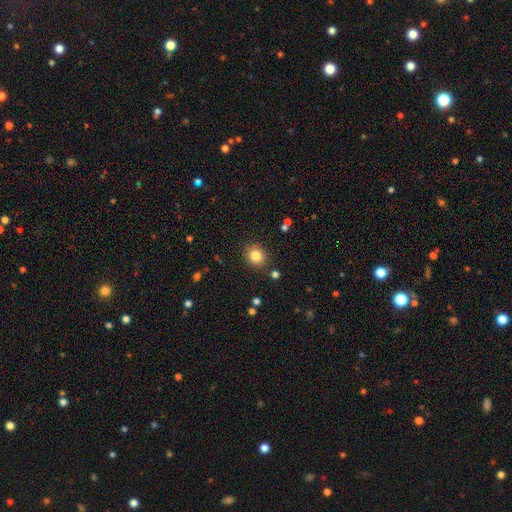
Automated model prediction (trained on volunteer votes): Smooth or featured: smooth — 83% (star or artifact — 11%)
How rounded: round — 71% (in between — 29%)
Merging: none — 84% (minor disturbance — 10%)